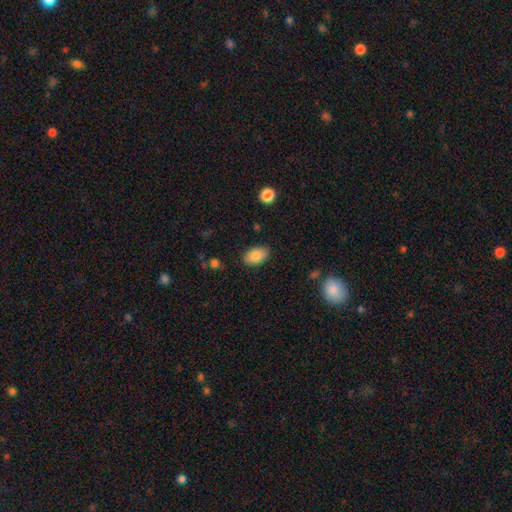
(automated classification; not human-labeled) Smooth or featured: smooth — 86% (star or artifact — 7%)
How rounded: in between — 91% (round — 7%)
Merging: none — 85% (minor disturbance — 11%)